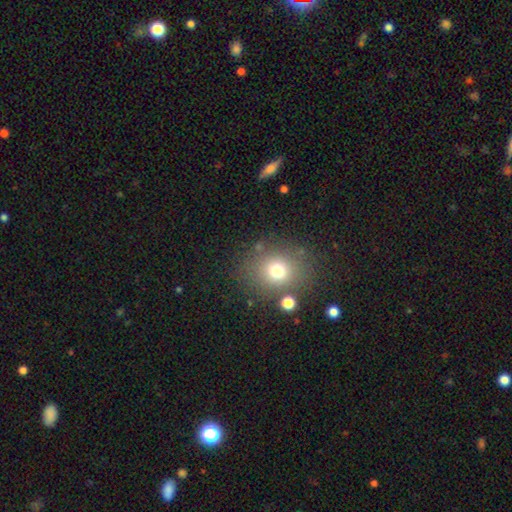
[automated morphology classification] A smooth galaxy with no disk features (65%) that is round (71%).

Vote fractions:
- Smooth or featured? smooth: 65% / star or artifact: 24% / featured or disk: 11%
- How rounded? round: 71% / in between: 28% / cigar-shaped: 1%
- Merging? none: 82% / minor disturbance: 10% / merger: 5% / major disturbance: 3%